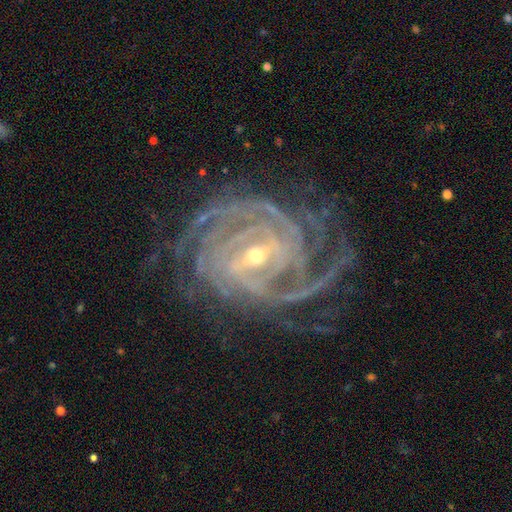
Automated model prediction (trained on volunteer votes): Smooth or featured? featured or disk (93%)
Edge-on disk? no (97%)
Bar? strong (53%)
Spiral arms? yes (99%)
Spiral winding? tight (80%)
Spiral arm count? 4 (31%)
Bulge size? small (61%)
Merging? none (77%)